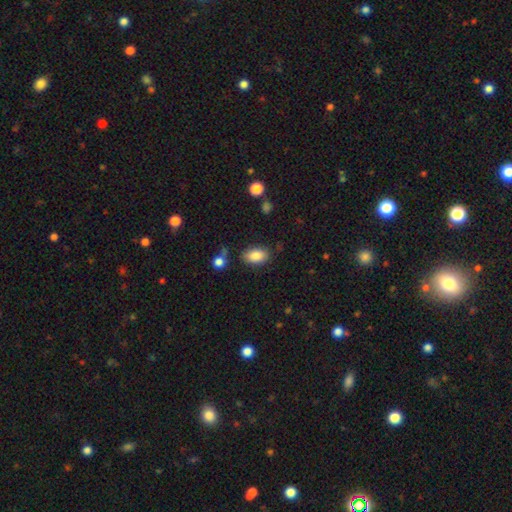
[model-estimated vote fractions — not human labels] Q: Smooth or featured?
A: smooth (87%); runner-up: star or artifact (8%)
Q: How rounded?
A: in between (92%); runner-up: round (6%)
Q: Merging?
A: none (80%); runner-up: minor disturbance (13%)